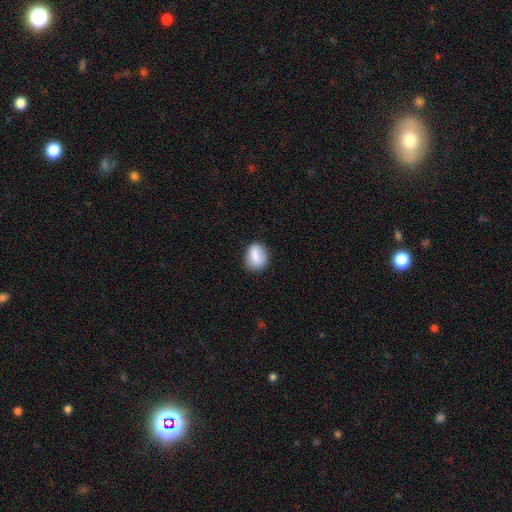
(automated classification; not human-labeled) A smooth galaxy with no disk features (82%) that is in between round and cigar-shaped (59%).

Vote fractions:
- Smooth or featured? smooth: 82% / featured or disk: 10% / star or artifact: 8%
- How rounded? in between: 59% / round: 40% / cigar-shaped: 2%
- Merging? none: 79% / minor disturbance: 16% / major disturbance: 4% / merger: 2%